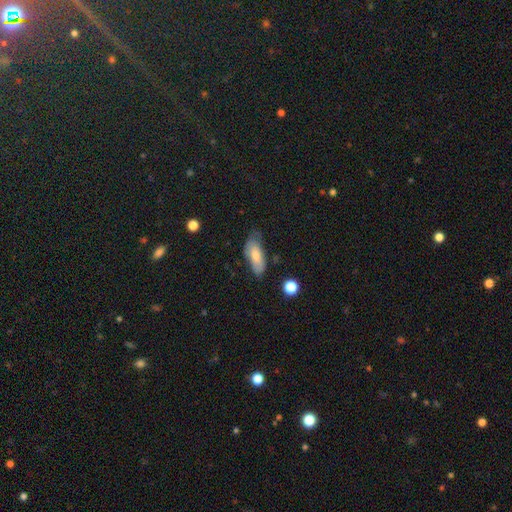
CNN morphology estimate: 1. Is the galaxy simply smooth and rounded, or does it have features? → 75% smooth, 18% featured or disk, 7% star or artifact.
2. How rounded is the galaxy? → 79% in between, 18% cigar-shaped, 2% round.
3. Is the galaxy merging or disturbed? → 55% none, 33% minor disturbance, 9% major disturbance, 3% merger.